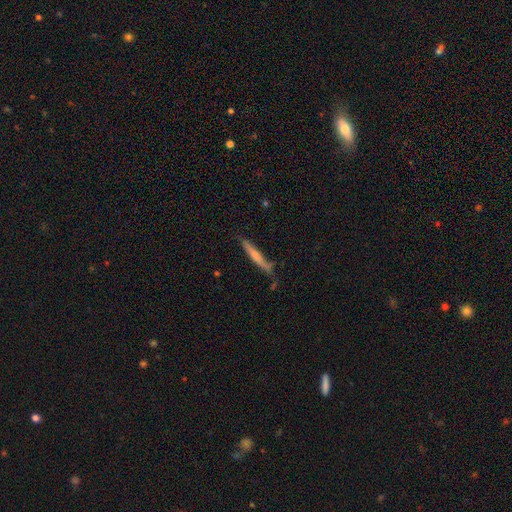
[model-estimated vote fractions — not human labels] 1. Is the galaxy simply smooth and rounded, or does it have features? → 58% smooth, 36% featured or disk, 6% star or artifact.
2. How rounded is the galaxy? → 95% cigar-shaped, 4% in between, 1% round.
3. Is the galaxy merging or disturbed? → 73% none, 19% minor disturbance, 4% merger, 4% major disturbance.